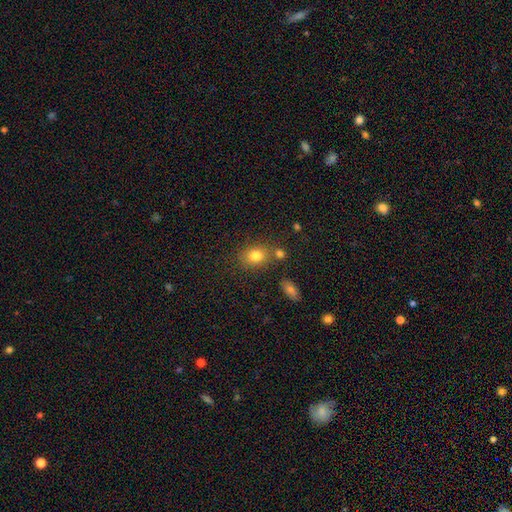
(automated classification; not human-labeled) Smooth or featured?
  - smooth: 81% *
  - star or artifact: 11%
  - featured or disk: 8%
How rounded?
  - in between: 57% *
  - round: 42%
  - cigar-shaped: 1%
Merging?
  - none: 70% *
  - merger: 13%
  - minor disturbance: 13%
  - major disturbance: 4%